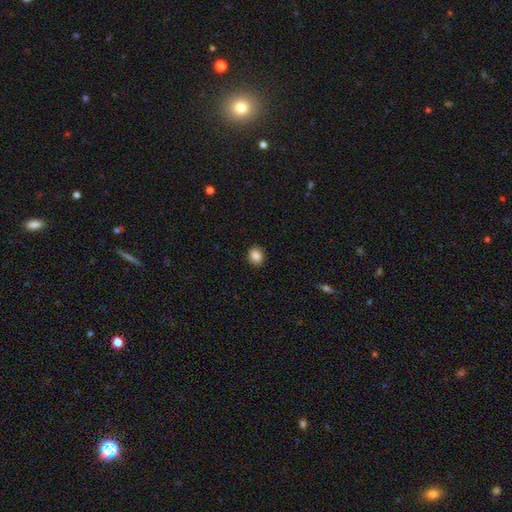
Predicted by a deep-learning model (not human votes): Smooth or featured: smooth — 87% (star or artifact — 9%)
How rounded: round — 67% (in between — 32%)
Merging: none — 91% (minor disturbance — 6%)